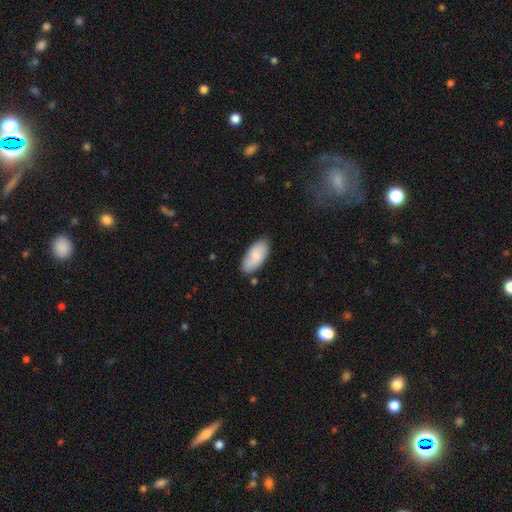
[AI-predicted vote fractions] smooth-or-featured: smooth: 81% | featured or disk: 13% | star or artifact: 6%
  how-rounded: in between: 92% | cigar-shaped: 6% | round: 2%
  merging: none: 77% | minor disturbance: 16% | major disturbance: 3% | merger: 3%